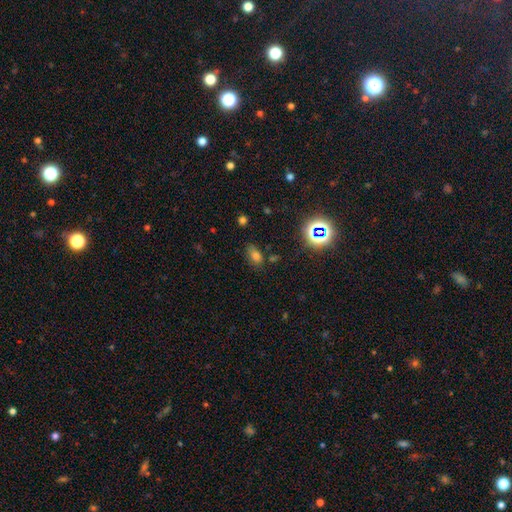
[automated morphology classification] This is likely a smooth galaxy (69%). How rounded: clearly in between (85%). Merging: likely none (67%).